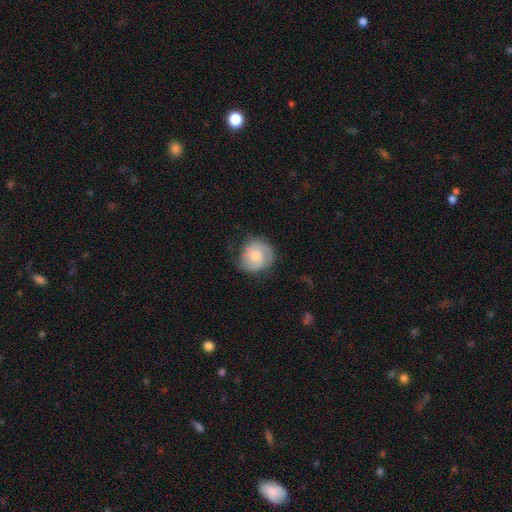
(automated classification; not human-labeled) A featured or disk galaxy (58%) with no bar (71%), spiral arms (88%) and a small central bulge (45%). Merging: none (65%).